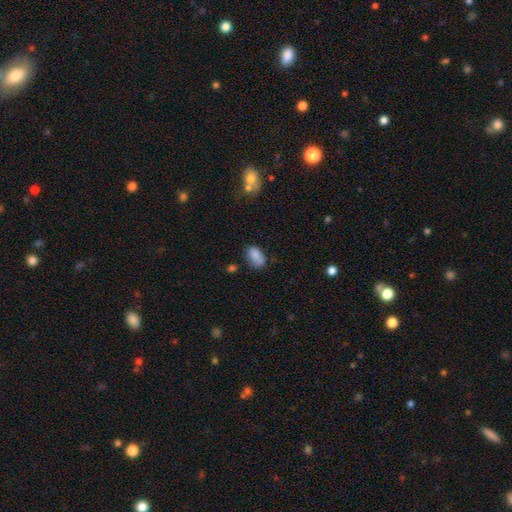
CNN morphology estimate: smooth-or-featured: smooth: 85% | star or artifact: 8% | featured or disk: 7%
  how-rounded: in between: 90% | round: 7% | cigar-shaped: 2%
  merging: none: 64% | minor disturbance: 25% | major disturbance: 6% | merger: 5%